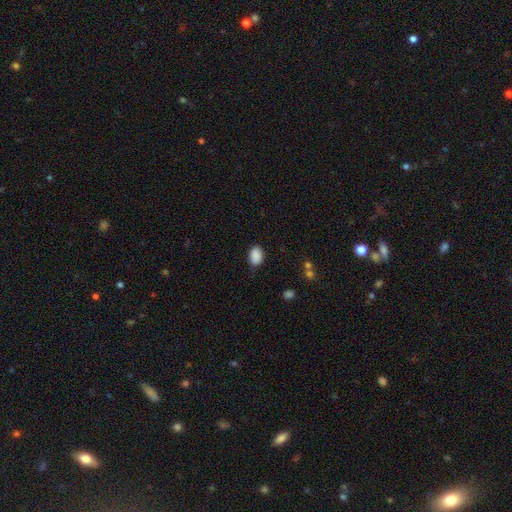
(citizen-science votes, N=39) A smooth galaxy with no disk features (92%) that is in between round and cigar-shaped (83%).

Vote fractions:
- Smooth or featured? smooth: 92% / star or artifact: 5% / featured or disk: 3%
- How rounded? in between: 83% / round: 17% / cigar-shaped: 0%
- Merging? none: 76% / minor disturbance: 19% / merger: 5% / major disturbance: 0%